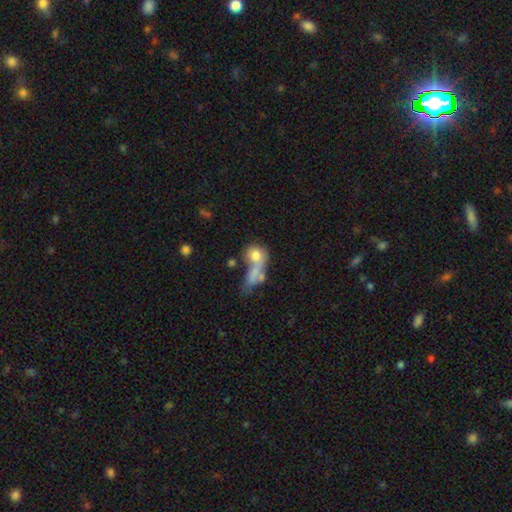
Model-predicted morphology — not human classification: smooth 71%, featured or disk 19%, star or artifact 9%. Down the decision tree: how rounded — round (55%); merging — merger (52%).